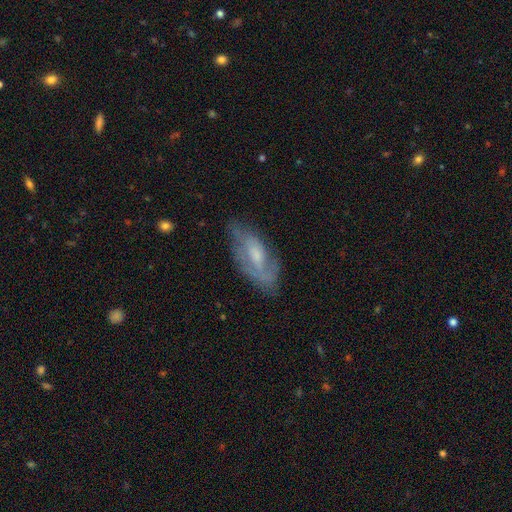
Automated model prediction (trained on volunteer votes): featured or disk 60%, smooth 33%, star or artifact 7%. Down the decision tree: edge-on disk — no (86%); bar — no (56%); spiral arms — yes (73%); bulge size — moderate (45%); merging — none (60%).